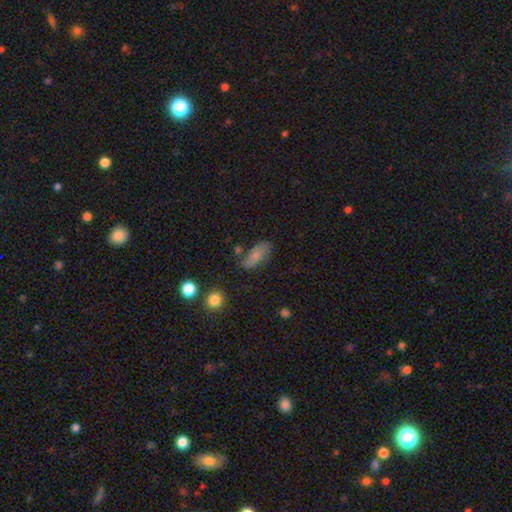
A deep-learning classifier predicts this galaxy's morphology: The model was most divided on "merging": none: 58%, minor disturbance: 26%, major disturbance: 9%, merger: 7%. More confident: how rounded — in between (87%); smooth or featured — smooth (67%).